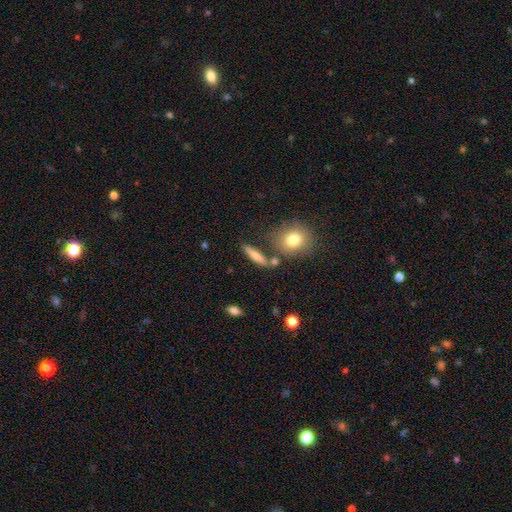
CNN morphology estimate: A smooth galaxy with no disk features (66%) that is cigar-shaped (73%).

Vote fractions:
- Smooth or featured? smooth: 66% / featured or disk: 25% / star or artifact: 9%
- How rounded? cigar-shaped: 73% / in between: 18% / round: 10%
- Merging? none: 77% / minor disturbance: 11% / merger: 8% / major disturbance: 4%